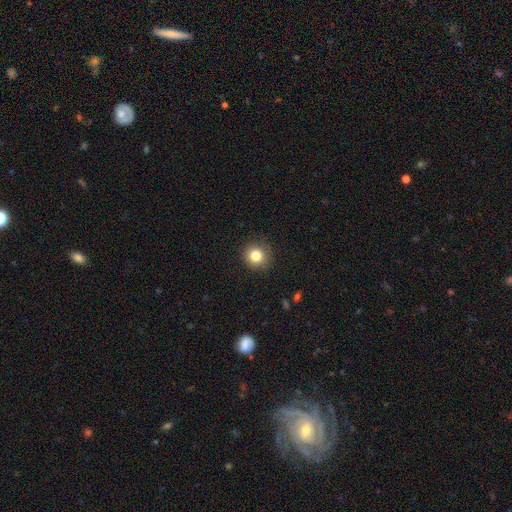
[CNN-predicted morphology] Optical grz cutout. It shows a smooth galaxy with no disk features (82%) that is round (92%). Merging: none (88%).